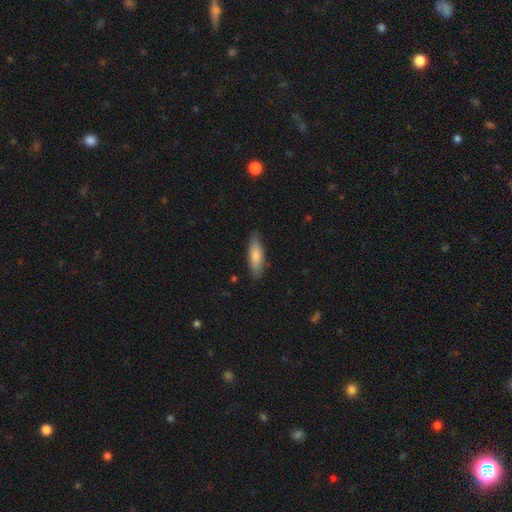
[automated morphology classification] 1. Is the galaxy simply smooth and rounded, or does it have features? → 78% smooth, 16% featured or disk, 5% star or artifact.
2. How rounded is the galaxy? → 60% in between, 38% cigar-shaped, 2% round.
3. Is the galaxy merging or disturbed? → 80% none, 16% minor disturbance, 3% major disturbance, 1% merger.